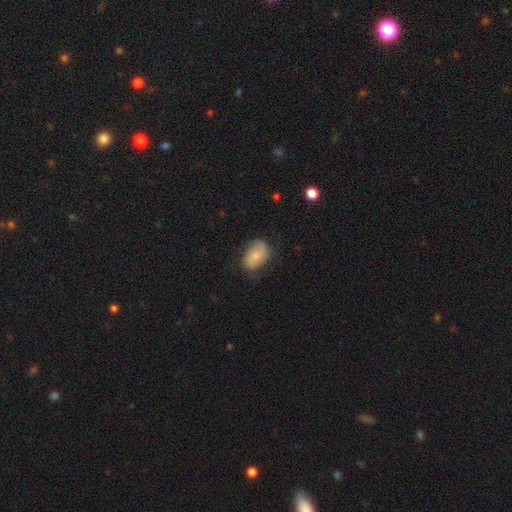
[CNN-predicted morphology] This is possibly a smooth galaxy (58%). How rounded: clearly in between (81%). Merging: possibly none (59%).